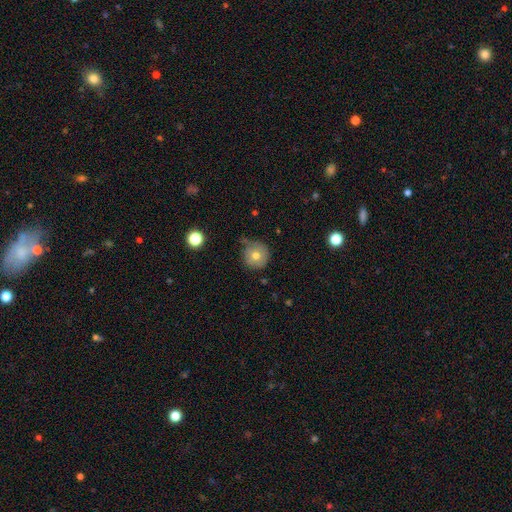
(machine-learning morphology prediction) Overall: smooth (72%). How rounded: round (94%). Merging: none (65%).